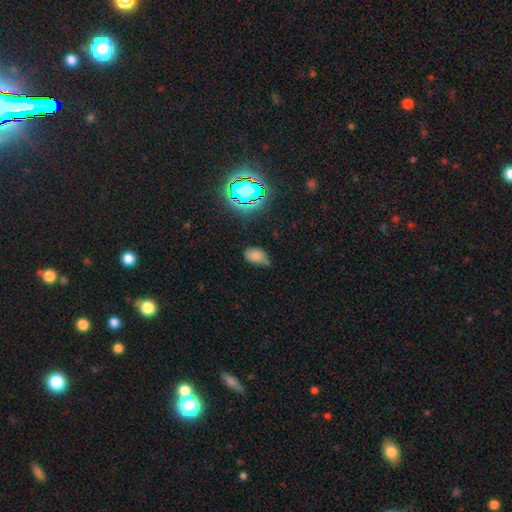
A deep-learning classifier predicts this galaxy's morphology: Smooth or featured? Predicted: smooth (p=0.71). How rounded? Predicted: in between (p=0.89). Merging? Predicted: none (p=0.50).